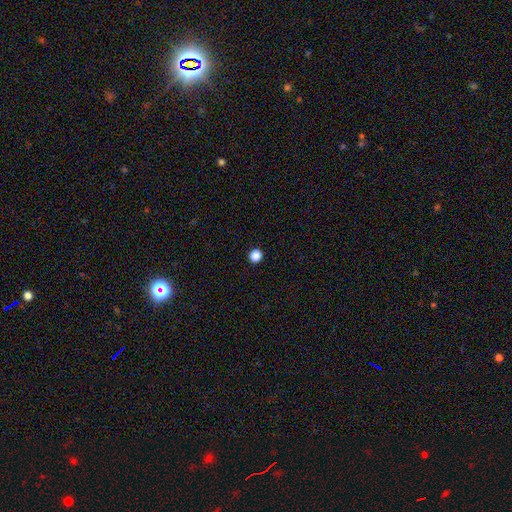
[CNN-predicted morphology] Smooth or featured: smooth — 87% (star or artifact — 11%)
How rounded: round — 93% (in between — 6%)
Merging: none — 94% (minor disturbance — 4%)